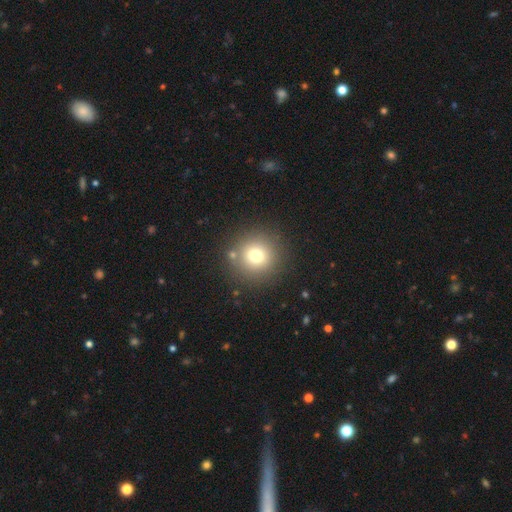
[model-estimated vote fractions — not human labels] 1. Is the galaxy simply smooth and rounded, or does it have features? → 74% smooth, 15% star or artifact, 11% featured or disk.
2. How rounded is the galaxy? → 94% round, 5% in between, 1% cigar-shaped.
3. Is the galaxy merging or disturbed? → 85% none, 7% minor disturbance, 5% merger, 3% major disturbance.